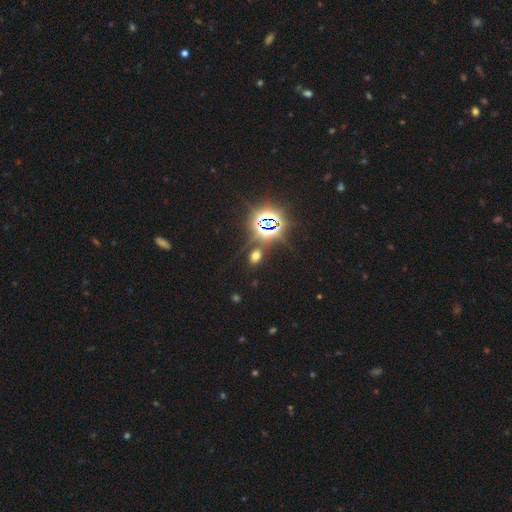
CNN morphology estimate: Smooth or featured? Predicted: smooth (p=0.49). Merging? Predicted: none (p=0.81).